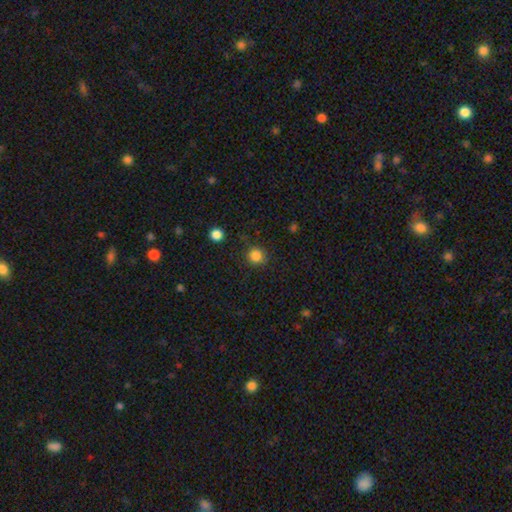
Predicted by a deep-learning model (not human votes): A smooth galaxy with no disk features (84%) that is round (92%). Merging: none (86%).